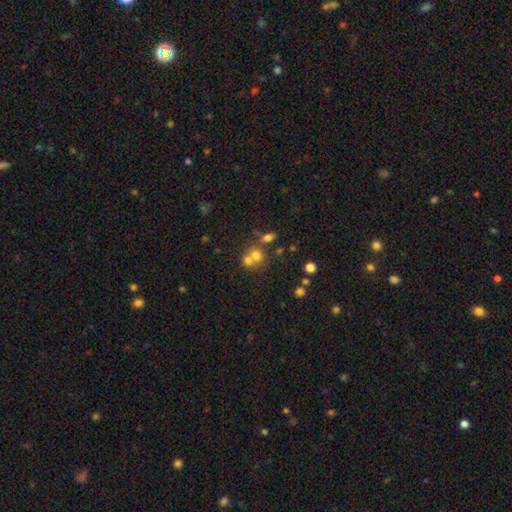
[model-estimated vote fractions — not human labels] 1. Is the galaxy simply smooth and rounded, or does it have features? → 65% smooth, 18% featured or disk, 17% star or artifact.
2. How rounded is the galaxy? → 77% round, 22% in between, 1% cigar-shaped.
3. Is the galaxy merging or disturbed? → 54% merger, 36% none, 6% minor disturbance, 3% major disturbance.